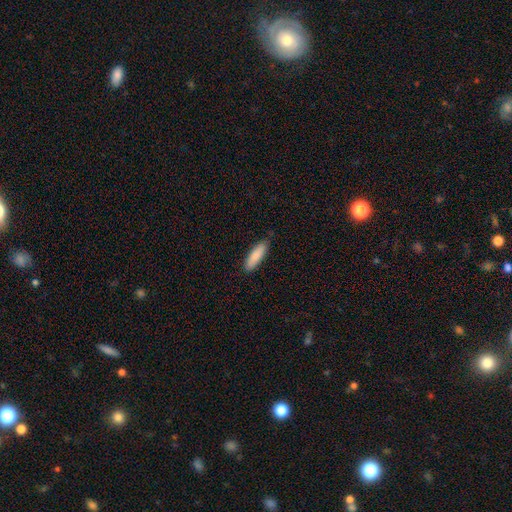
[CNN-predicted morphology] A smooth galaxy with no disk features (86%) that is cigar-shaped (54%). Merging: none (85%).